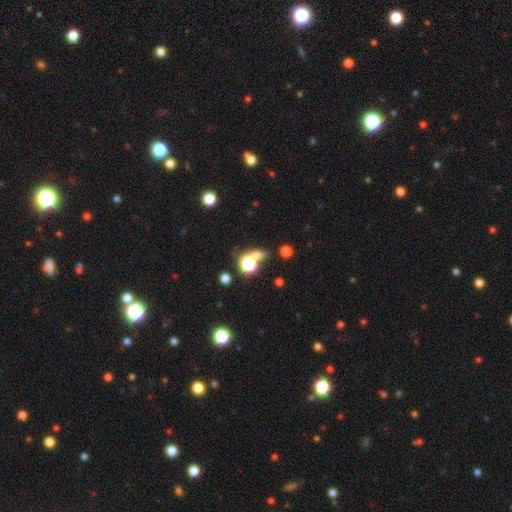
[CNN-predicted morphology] Smooth or featured? smooth (50%)
How rounded? round (62%)
Merging? none (60%)